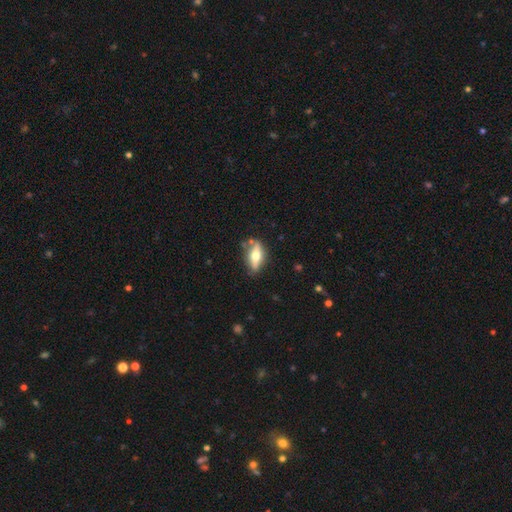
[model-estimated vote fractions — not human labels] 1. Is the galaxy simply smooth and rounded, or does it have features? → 52% featured or disk, 41% smooth, 7% star or artifact.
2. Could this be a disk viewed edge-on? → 80% yes, 20% no.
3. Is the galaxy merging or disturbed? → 73% none, 17% minor disturbance, 5% merger, 5% major disturbance.